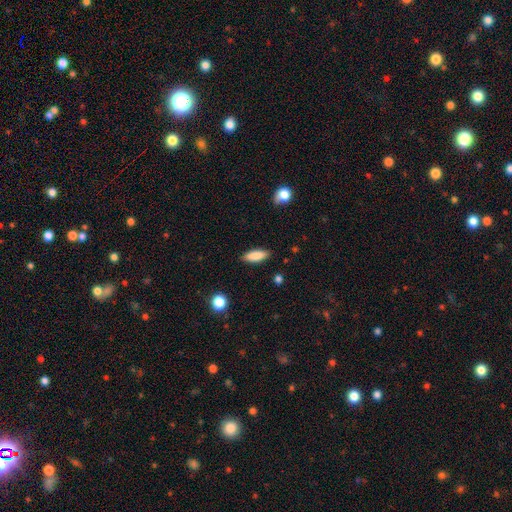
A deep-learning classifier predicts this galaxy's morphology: Smooth or featured: smooth — 85% (featured or disk — 8%)
How rounded: in between — 62% (cigar-shaped — 35%)
Merging: none — 88% (minor disturbance — 9%)